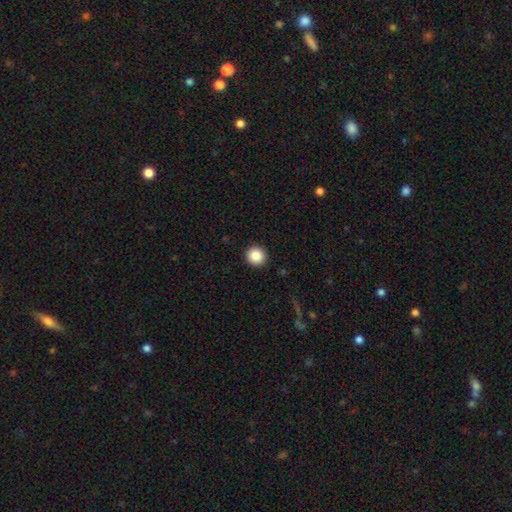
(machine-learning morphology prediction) A smooth galaxy with no disk features (87%) that is round (94%).

Vote fractions:
- Smooth or featured? smooth: 87% / star or artifact: 9% / featured or disk: 4%
- How rounded? round: 94% / in between: 5% / cigar-shaped: 1%
- Merging? none: 92% / minor disturbance: 5% / major disturbance: 2% / merger: 1%